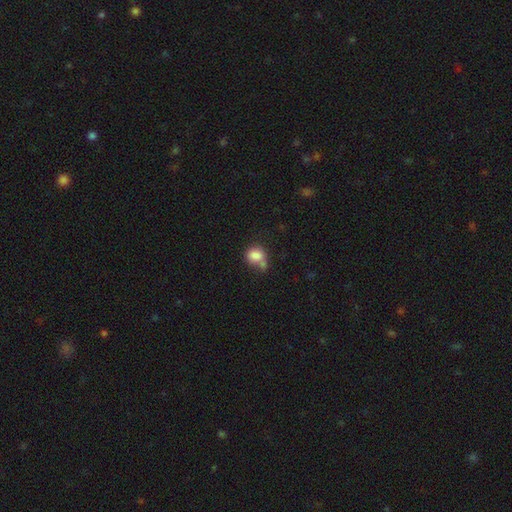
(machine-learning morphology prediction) Q: Smooth or featured?
A: smooth (83%); runner-up: star or artifact (10%)
Q: How rounded?
A: round (62%); runner-up: in between (37%)
Q: Merging?
A: none (44%); runner-up: merger (28%)